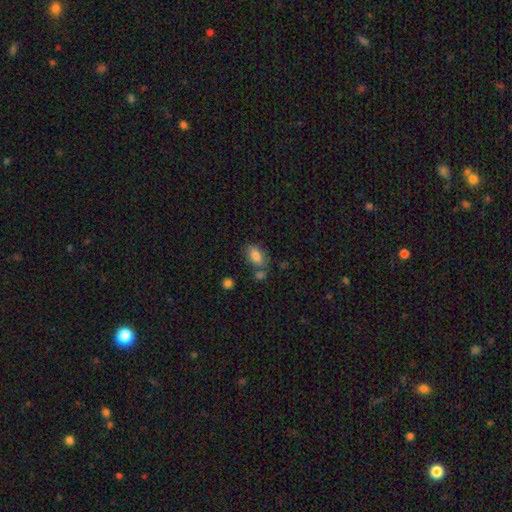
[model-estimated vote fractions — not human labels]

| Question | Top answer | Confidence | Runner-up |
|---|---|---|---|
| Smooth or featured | smooth | 84% | star or artifact (8%) |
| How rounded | in between | 90% | round (7%) |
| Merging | none | 62% | minor disturbance (17%) |